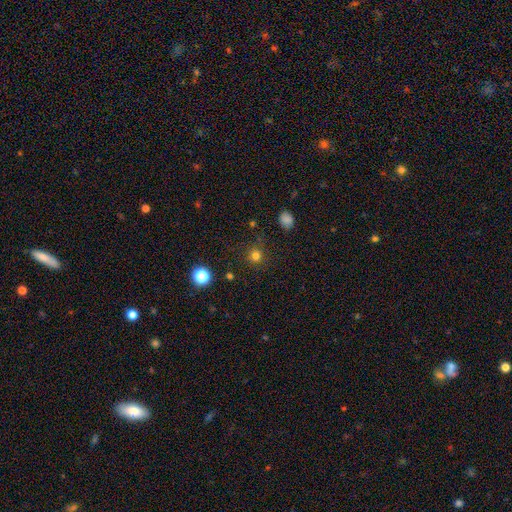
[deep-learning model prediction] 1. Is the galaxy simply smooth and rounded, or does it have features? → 76% smooth, 19% star or artifact, 5% featured or disk.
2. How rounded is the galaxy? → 93% round, 6% in between, 1% cigar-shaped.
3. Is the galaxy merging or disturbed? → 86% none, 9% minor disturbance, 3% major disturbance, 2% merger.